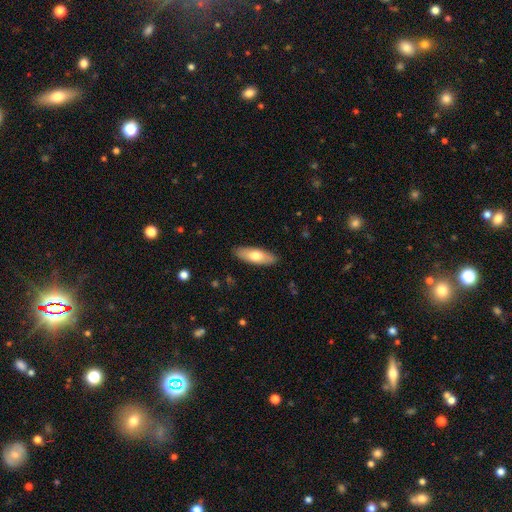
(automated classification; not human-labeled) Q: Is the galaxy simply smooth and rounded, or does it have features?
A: smooth — 68%.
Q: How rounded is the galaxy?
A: in between — 61%.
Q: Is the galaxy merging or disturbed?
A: none — 89%.